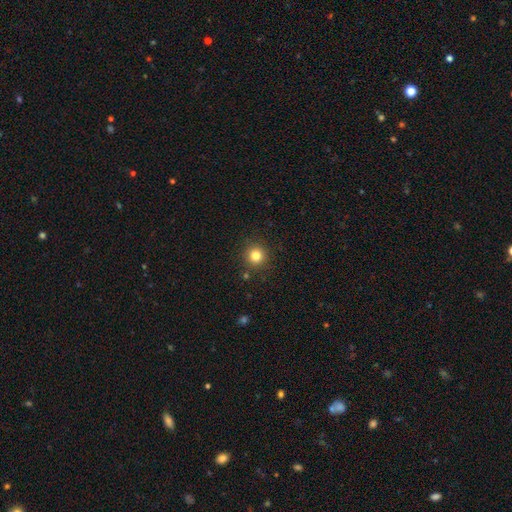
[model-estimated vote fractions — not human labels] smooth-or-featured: smooth: 81% | star or artifact: 13% | featured or disk: 6%
  how-rounded: round: 95% | in between: 4% | cigar-shaped: 1%
  merging: none: 89% | minor disturbance: 6% | merger: 2% | major disturbance: 2%